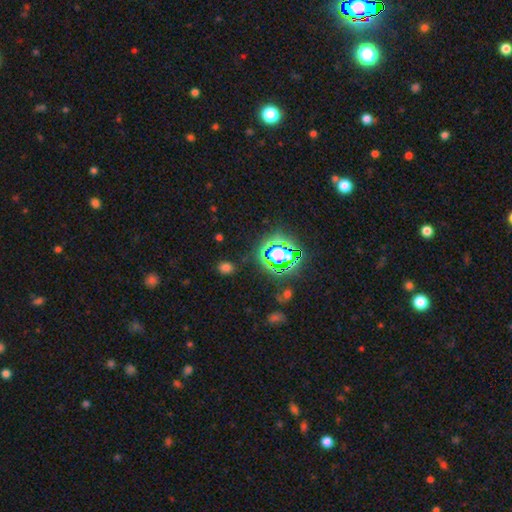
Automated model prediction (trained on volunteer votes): Smooth or featured?
  - star or artifact: 68% *
  - smooth: 23%
  - featured or disk: 9%